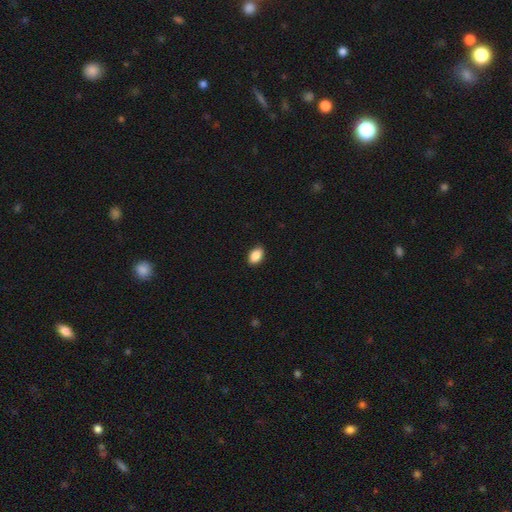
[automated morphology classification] Smooth or featured: smooth — 89% (star or artifact — 8%)
How rounded: in between — 87% (round — 11%)
Merging: none — 88% (minor disturbance — 9%)